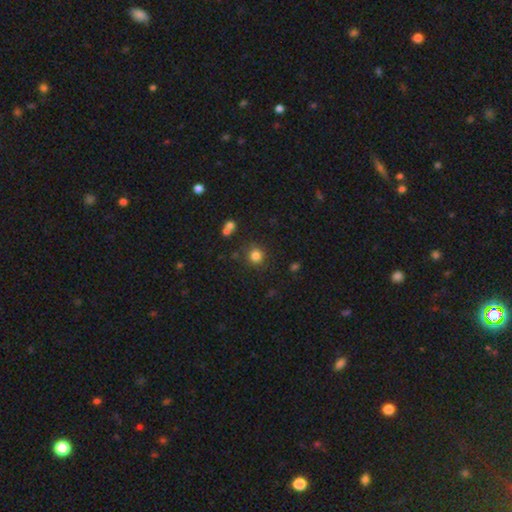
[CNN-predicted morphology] Smooth or featured?
  - smooth: 81% *
  - star or artifact: 13%
  - featured or disk: 6%
How rounded?
  - round: 92% *
  - in between: 7%
  - cigar-shaped: 1%
Merging?
  - none: 83% *
  - minor disturbance: 9%
  - merger: 5%
  - major disturbance: 3%